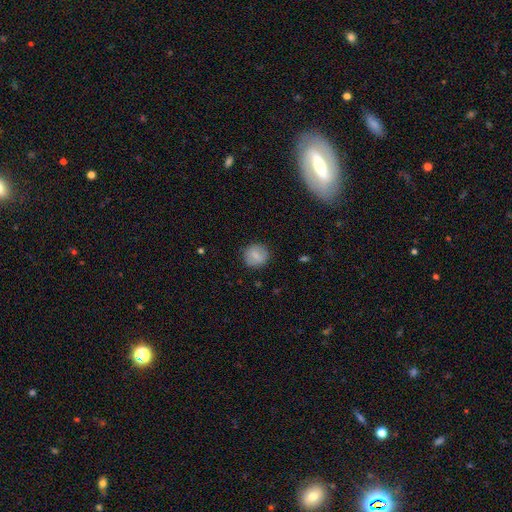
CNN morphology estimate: smooth-or-featured: smooth: 76% | featured or disk: 16% | star or artifact: 8%
  how-rounded: round: 89% | in between: 10% | cigar-shaped: 1%
  merging: none: 87% | minor disturbance: 9% | major disturbance: 3% | merger: 1%